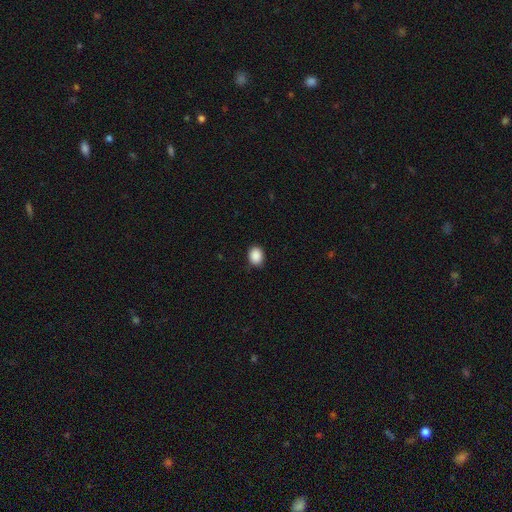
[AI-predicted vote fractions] Smooth or featured: smooth — 89% (star or artifact — 8%)
How rounded: in between — 56% (round — 43%)
Merging: none — 86% (minor disturbance — 11%)